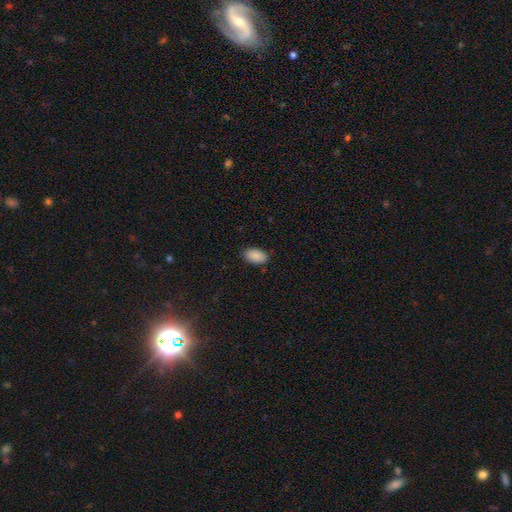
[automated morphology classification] Overall: smooth (90%). How rounded: in between (94%). Merging: none (88%).